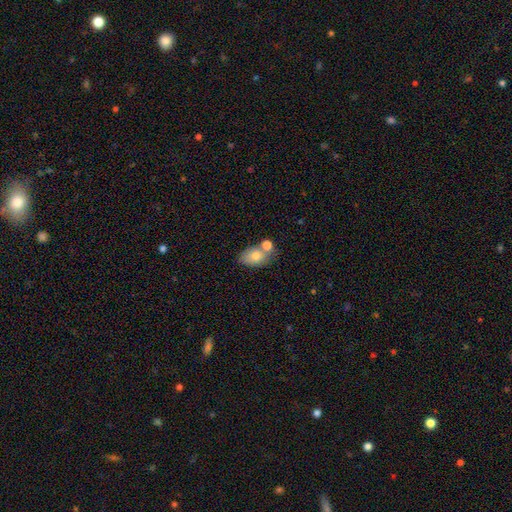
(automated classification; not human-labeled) smooth-or-featured: smooth: 75% | featured or disk: 17% | star or artifact: 8%
  how-rounded: in between: 84% | round: 14% | cigar-shaped: 1%
  merging: none: 51% | merger: 30% | minor disturbance: 15% | major disturbance: 5%